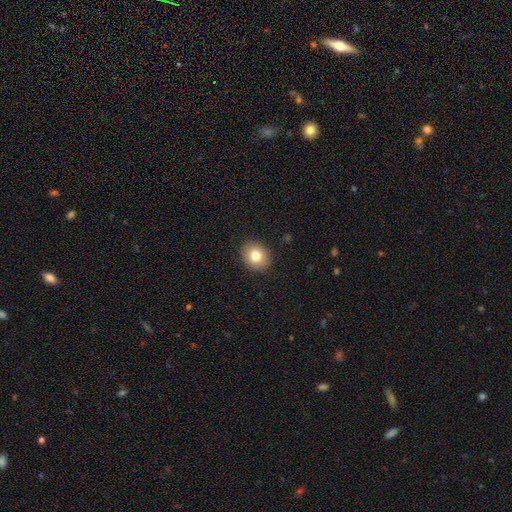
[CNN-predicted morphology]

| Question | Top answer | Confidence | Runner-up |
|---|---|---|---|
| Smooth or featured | smooth | 80% | featured or disk (10%) |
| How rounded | round | 58% | in between (41%) |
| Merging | none | 89% | minor disturbance (8%) |